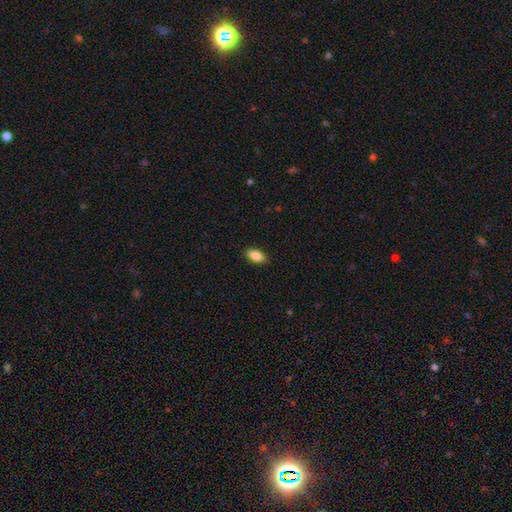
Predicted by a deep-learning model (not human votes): Overall: smooth (87%). How rounded: in between (91%). Merging: none (89%).